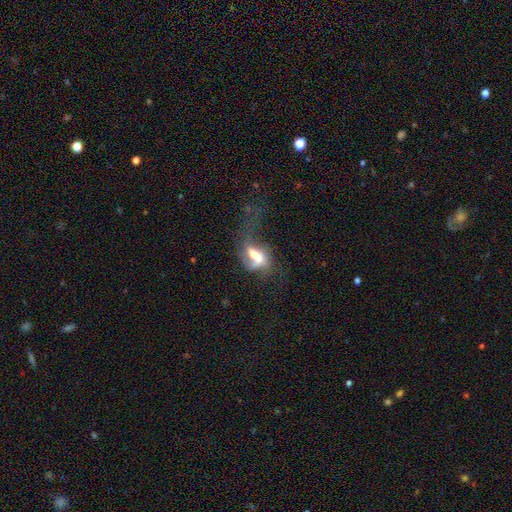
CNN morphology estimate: type=featured or disk (53%); edge-on=no (91%); merging=major disturbance (47%).